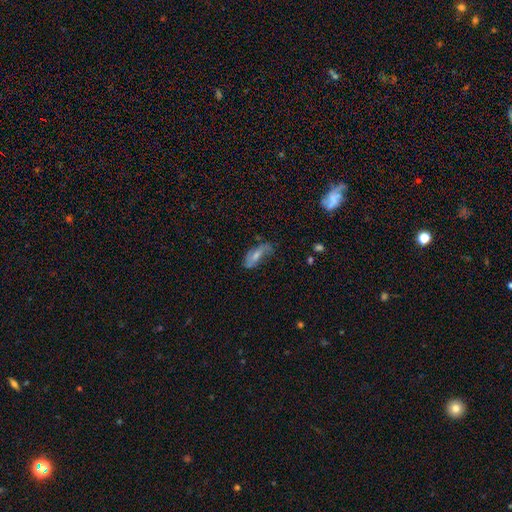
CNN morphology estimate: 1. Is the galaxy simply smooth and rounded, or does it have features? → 51% smooth, 41% featured or disk, 8% star or artifact.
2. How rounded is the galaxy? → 74% in between, 23% cigar-shaped, 3% round.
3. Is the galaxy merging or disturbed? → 45% none, 32% minor disturbance, 19% major disturbance, 4% merger.